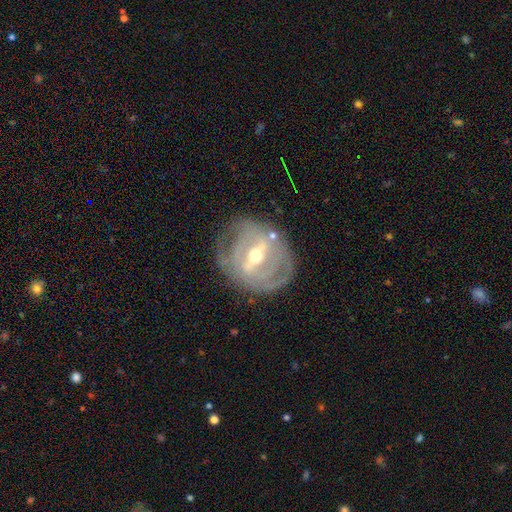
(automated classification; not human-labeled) Overall: featured or disk (84%). Edge-on disk: no (91%). Bar: strong (64%; weak 27%). Spiral arms: yes (76%). Spiral arm count: 2 (37%, tied with can't tell). Spiral winding: tight (61%; medium 28%). Bulge size: moderate (61%; small 34%). Merging: none (72%).